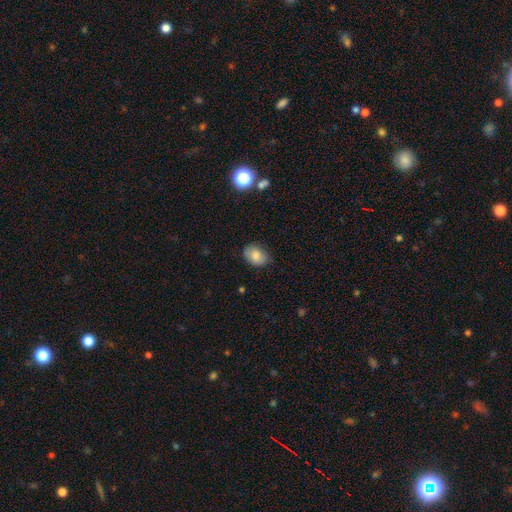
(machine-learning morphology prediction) A smooth galaxy with no disk features (82%) that is in between round and cigar-shaped (69%).

Vote fractions:
- Smooth or featured? smooth: 82% / featured or disk: 9% / star or artifact: 8%
- How rounded? in between: 69% / round: 30% / cigar-shaped: 1%
- Merging? none: 77% / minor disturbance: 18% / major disturbance: 3% / merger: 1%